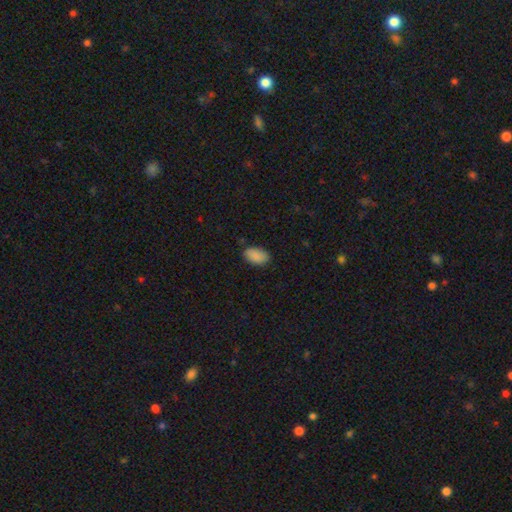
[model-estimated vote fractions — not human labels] Smooth or featured? Predicted: smooth (p=0.89). How rounded? Predicted: in between (p=0.92). Merging? Predicted: none (p=0.81).